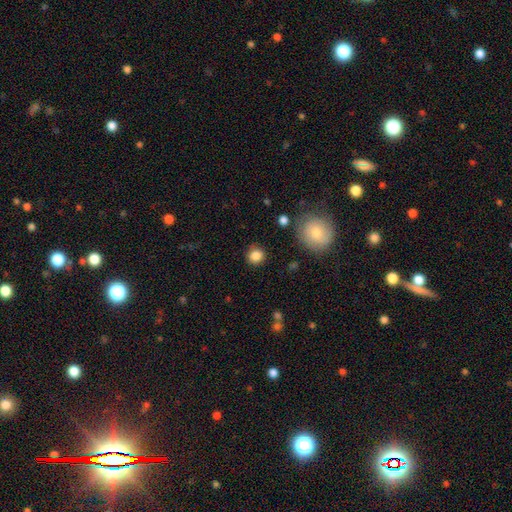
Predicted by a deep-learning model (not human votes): The model was most divided on "smooth or featured": smooth: 85%, star or artifact: 10%, featured or disk: 5%. More confident: how rounded — round (89%); merging — none (87%).